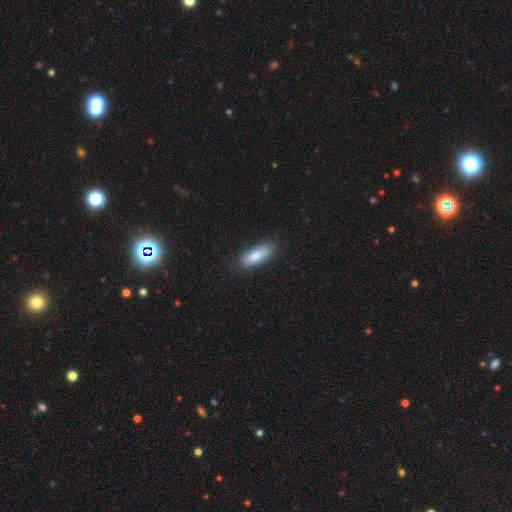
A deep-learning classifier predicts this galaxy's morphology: smooth 80%, featured or disk 13%, star or artifact 7%. Down the decision tree: how rounded — in between (71%); merging — none (83%).